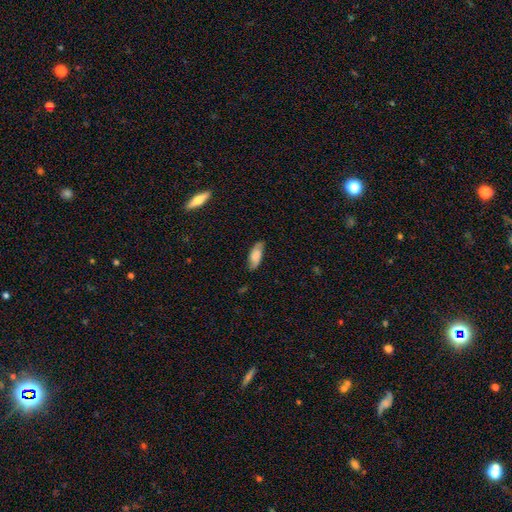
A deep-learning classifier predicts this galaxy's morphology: A smooth galaxy with no disk features (65%) that is in between round and cigar-shaped (77%). Merging: none (74%).